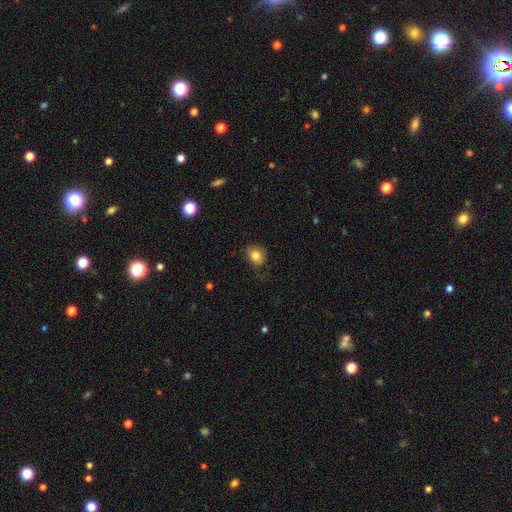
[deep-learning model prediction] This is clearly a smooth galaxy (81%). How rounded: likely round (67%). Merging: likely none (67%).